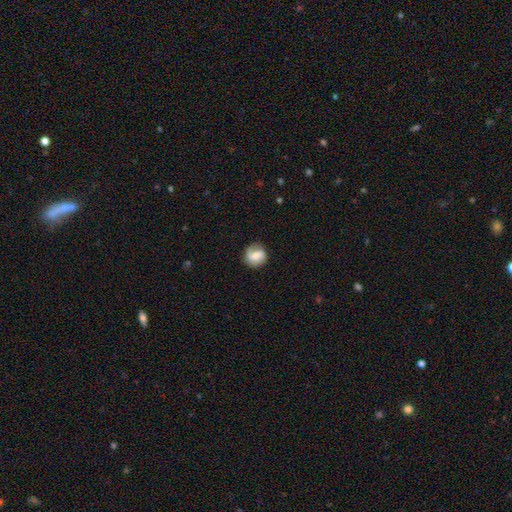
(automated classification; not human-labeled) Q: Smooth or featured?
A: smooth (47%); runner-up: featured or disk (45%)
Q: Merging?
A: none (69%); runner-up: minor disturbance (20%)